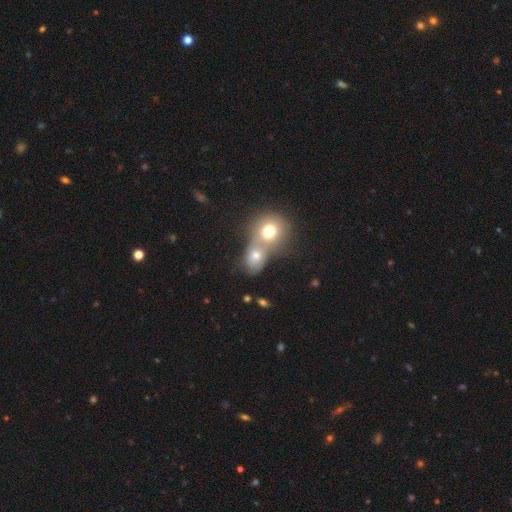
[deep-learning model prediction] Smooth or featured: smooth — 69% (featured or disk — 18%)
How rounded: round — 56% (in between — 43%)
Merging: merger — 66% (none — 23%)